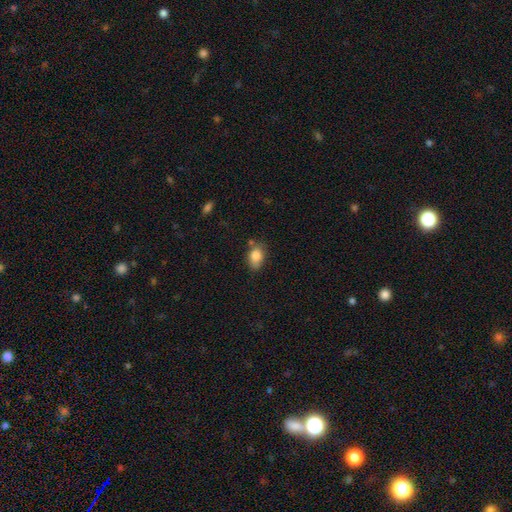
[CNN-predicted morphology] The model was most divided on "merging": none: 63%, minor disturbance: 25%, merger: 7%, major disturbance: 5%. More confident: smooth or featured — smooth (84%); how rounded — in between (80%).